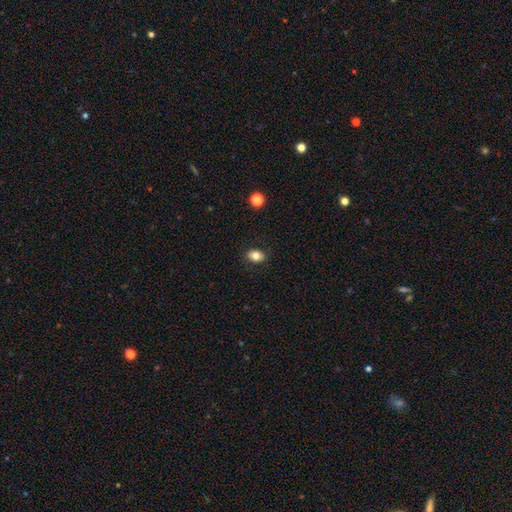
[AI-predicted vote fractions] Smooth or featured? smooth (80%)
How rounded? in between (74%)
Merging? none (86%)